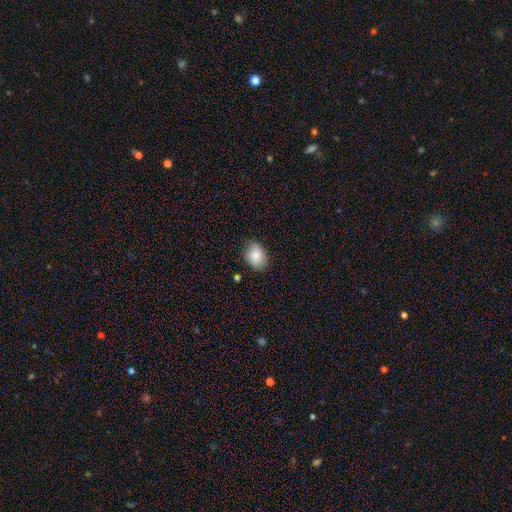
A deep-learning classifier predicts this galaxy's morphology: This appears to be a smooth galaxy with no disk features (85%) that is in between round and cigar-shaped (72%). Merging: none (78%).